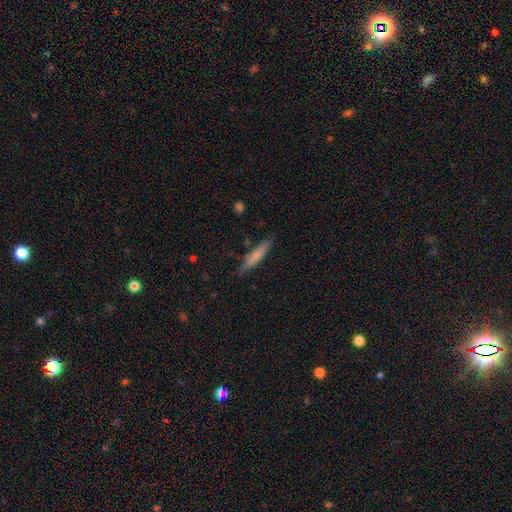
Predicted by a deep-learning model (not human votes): Smooth or featured: smooth — 70% (featured or disk — 24%)
How rounded: cigar-shaped — 86% (in between — 12%)
Merging: none — 81% (minor disturbance — 15%)